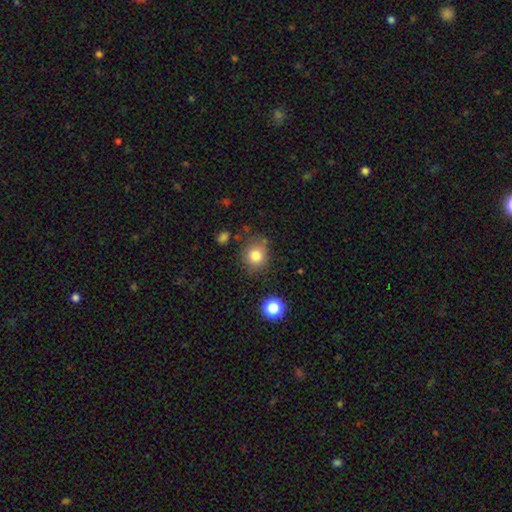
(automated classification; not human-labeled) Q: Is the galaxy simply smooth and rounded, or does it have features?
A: smooth — 81%.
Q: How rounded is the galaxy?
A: round — 84%.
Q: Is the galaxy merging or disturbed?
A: none — 76%.